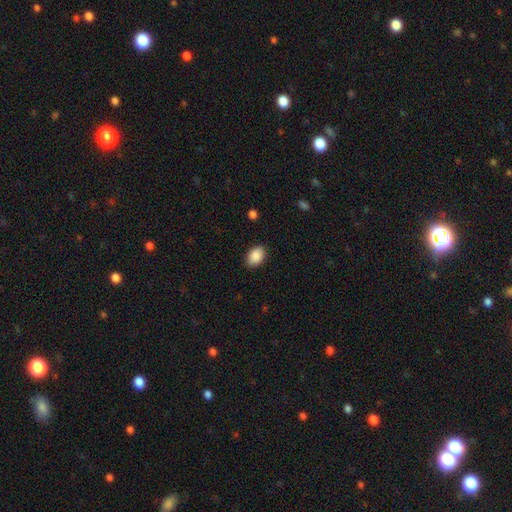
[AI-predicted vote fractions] Smooth or featured?
  - smooth: 89% *
  - star or artifact: 7%
  - featured or disk: 4%
How rounded?
  - in between: 84% *
  - round: 15%
  - cigar-shaped: 1%
Merging?
  - none: 87% *
  - minor disturbance: 9%
  - major disturbance: 2%
  - merger: 1%